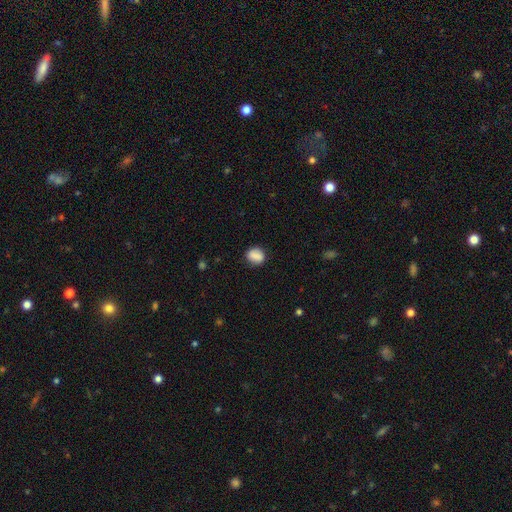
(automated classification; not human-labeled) smooth_or_featured: smooth (p=0.83) [alt: featured or disk p=0.08]
how_rounded: round (p=0.62) [alt: in between p=0.37]
merging: none (p=0.81) [alt: minor disturbance p=0.14]